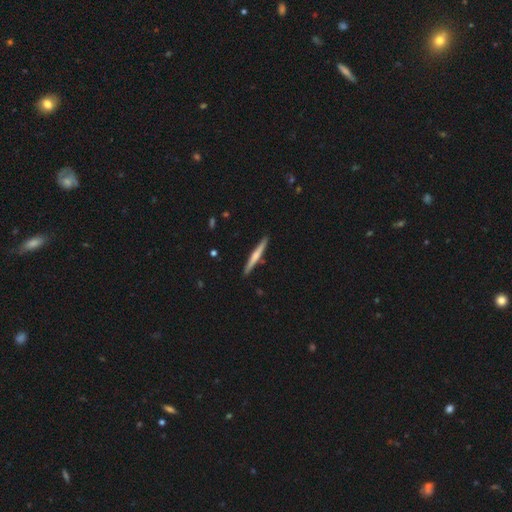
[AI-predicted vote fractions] A featured or disk galaxy (49%). Merging: none (90%).